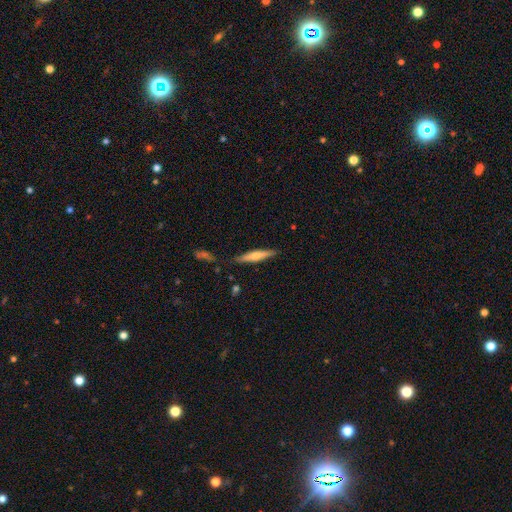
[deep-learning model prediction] smooth-or-featured: smooth: 53% | featured or disk: 41% | star or artifact: 6%
  how-rounded: cigar-shaped: 86% | in between: 12% | round: 2%
  merging: none: 83% | minor disturbance: 12% | merger: 3% | major disturbance: 2%